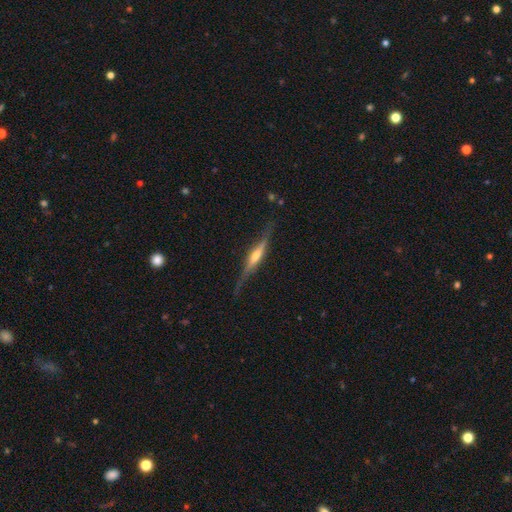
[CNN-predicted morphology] This is likely a featured or disk galaxy (74%). It is clearly viewed edge-on (95%). Edge-on bulge: likely rounded (74%). Merging: likely none (72%).